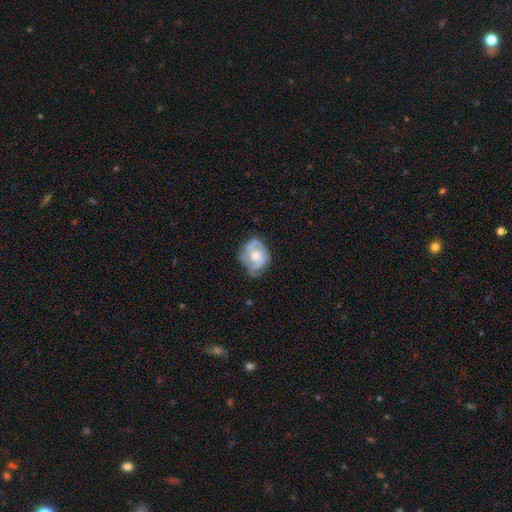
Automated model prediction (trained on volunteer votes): Morphology: type=featured or disk (68%); edge-on=no (97%); bar=no (64%); spiral arms=yes (86%); winding=medium (44%); arm count=2 (54%); bulge=moderate (64%); merging=none (58%).